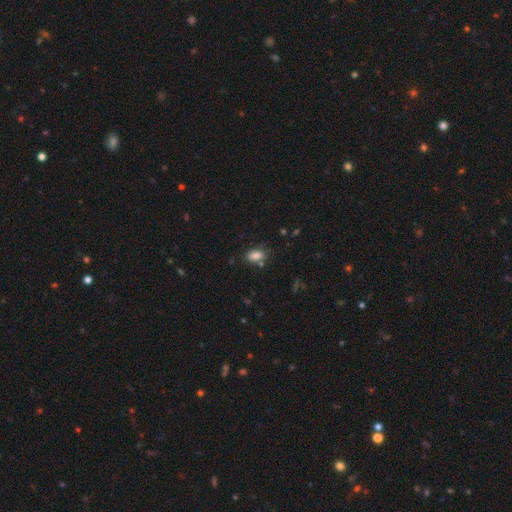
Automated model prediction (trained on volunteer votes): Smooth or featured?
  - smooth: 85% *
  - star or artifact: 10%
  - featured or disk: 5%
How rounded?
  - in between: 87% *
  - round: 10%
  - cigar-shaped: 3%
Merging?
  - none: 74% *
  - minor disturbance: 16%
  - merger: 7%
  - major disturbance: 4%